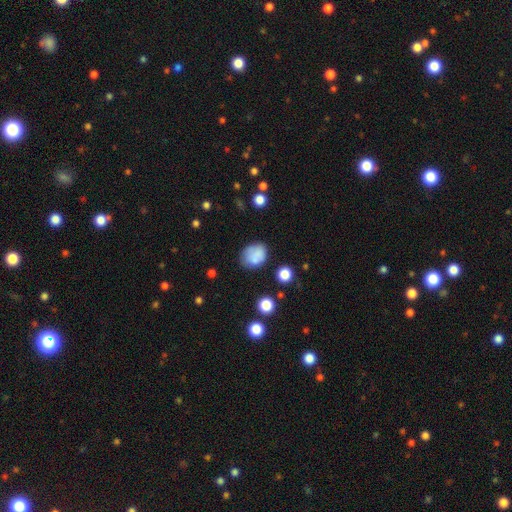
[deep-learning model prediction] Smooth or featured? Predicted: smooth (p=0.79). How rounded? Predicted: in between (p=0.51). Merging? Predicted: none (p=0.60).